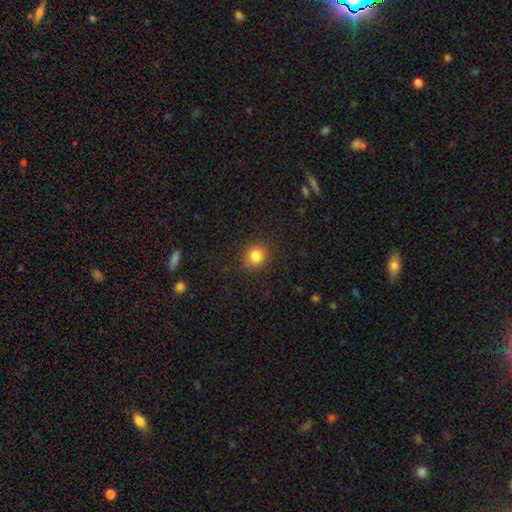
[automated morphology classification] Smooth or featured?
  - smooth: 84% *
  - star or artifact: 11%
  - featured or disk: 5%
How rounded?
  - round: 80% *
  - in between: 19%
  - cigar-shaped: 1%
Merging?
  - none: 86% *
  - minor disturbance: 10%
  - major disturbance: 3%
  - merger: 1%